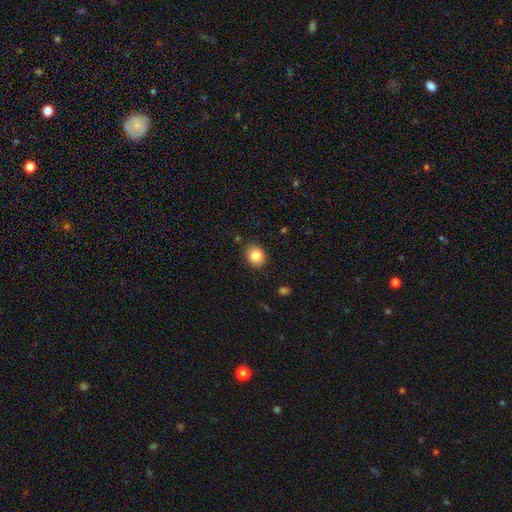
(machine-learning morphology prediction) type=smooth (85%); roundness=round (66%); merging=none (86%).